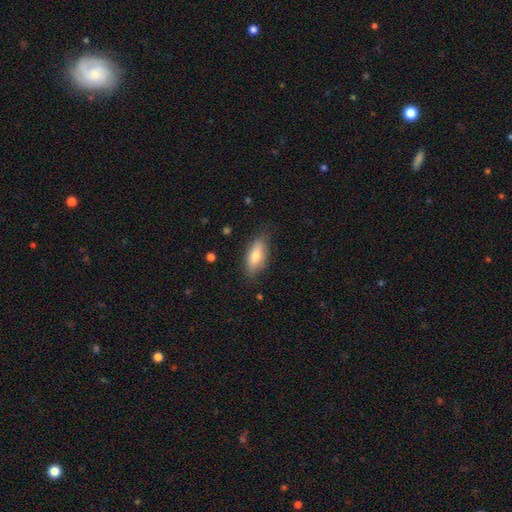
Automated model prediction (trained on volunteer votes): Smooth or featured? Predicted: smooth (p=0.72). How rounded? Predicted: in between (p=0.78). Merging? Predicted: none (p=0.78).